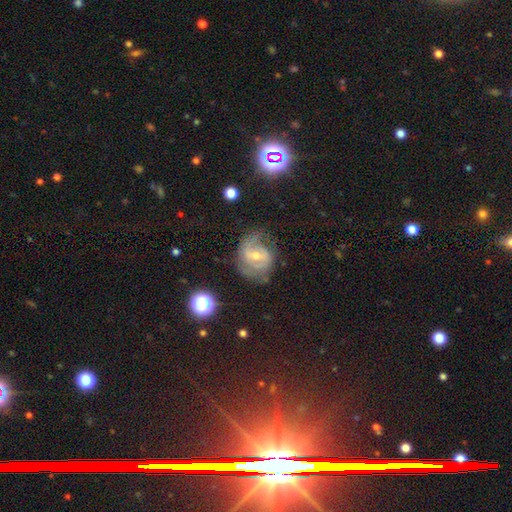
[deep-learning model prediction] A featured or disk galaxy (78%) with a weak bar (51%), 2 (65%) medium (47%) spiral arms (93%) and a small central bulge (51%).

Vote fractions:
- Smooth or featured? featured or disk: 78% / star or artifact: 12% / smooth: 10%
- Edge-on disk? no: 97% / yes: 3%
- Bar? weak: 51% / no: 25% / strong: 24%
- Spiral arms? yes: 93% / no: 7%
- Spiral winding? medium: 47% / tight: 34% / loose: 19%
- Spiral arm count? 2: 65% / can't tell: 16% / 1: 9% / 3: 6% / 4: 2% / more than 4: 2%
- Bulge size? small: 51% / moderate: 45% / large: 2% / none: 2% / dominant: 1%
- Merging? none: 62% / minor disturbance: 22% / major disturbance: 15% / merger: 2%